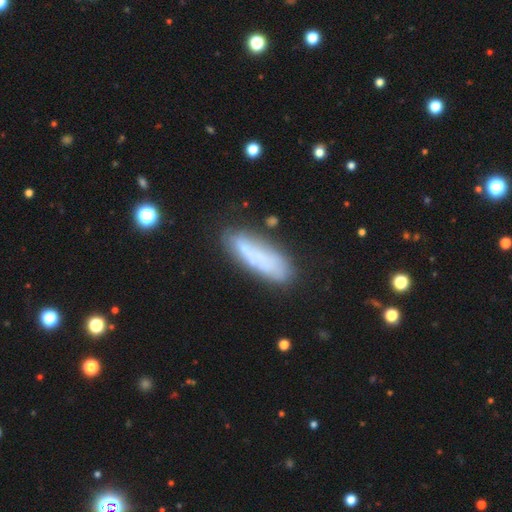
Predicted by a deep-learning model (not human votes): This is likely a smooth galaxy (60%). How rounded: possibly cigar-shaped (53%). Merging: likely none (67%).